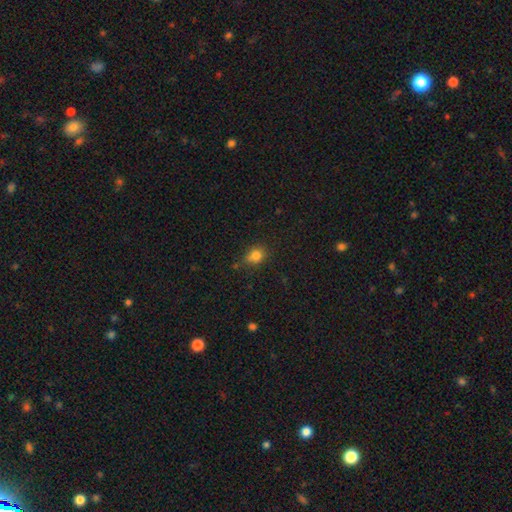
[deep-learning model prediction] Overall: smooth (80%). How rounded: round (59%; in between 40%). Merging: none (68%).